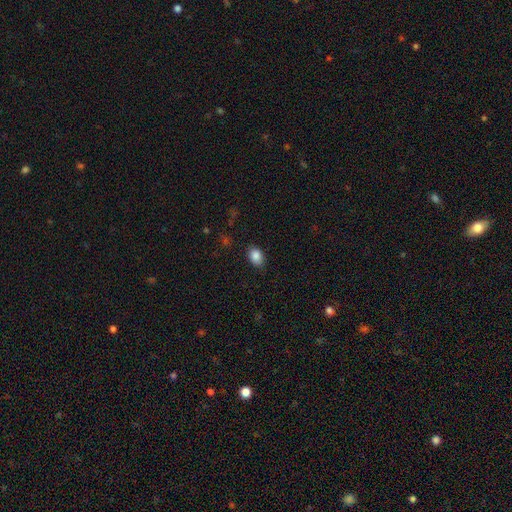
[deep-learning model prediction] The model was most divided on "how rounded": in between: 77%, round: 22%, cigar-shaped: 1%. More confident: smooth or featured — smooth (87%); merging — none (85%).